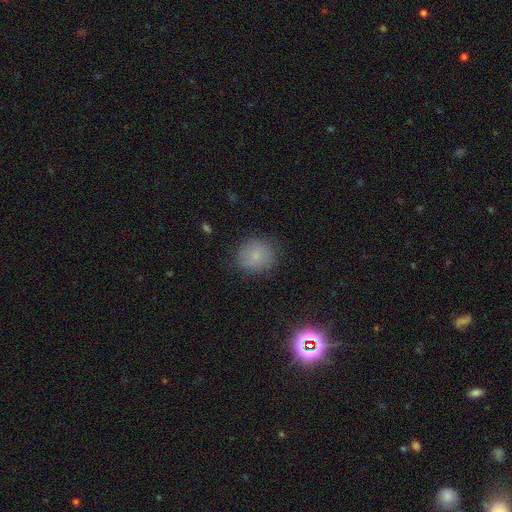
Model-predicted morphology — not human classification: smooth-or-featured: smooth: 77% | star or artifact: 14% | featured or disk: 9%
  how-rounded: round: 80% | in between: 19% | cigar-shaped: 1%
  merging: none: 82% | minor disturbance: 13% | major disturbance: 4% | merger: 1%